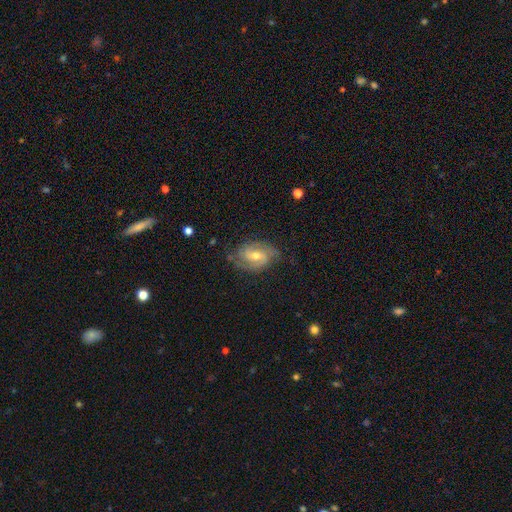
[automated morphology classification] featured or disk 83%, smooth 11%, star or artifact 6%. Down the decision tree: edge-on disk — no (97%); bar — weak (46%); spiral arms — yes (95%); spiral arm count — 2 (70%); spiral winding — tight (43%, tied with medium); bulge size — moderate (60%); merging — none (72%).